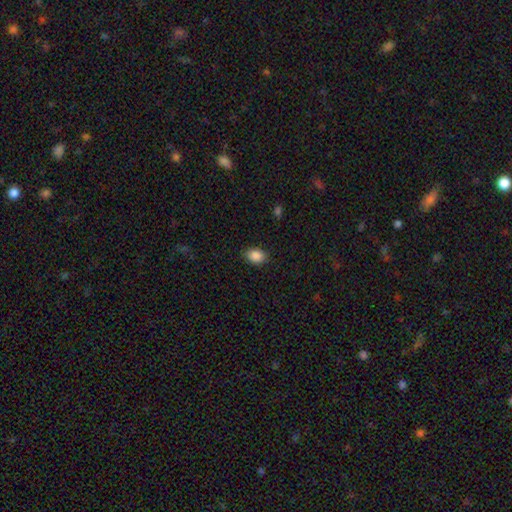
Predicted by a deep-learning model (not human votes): smooth_or_featured: smooth (p=0.88) [alt: star or artifact p=0.08]
how_rounded: in between (p=0.74) [alt: round p=0.24]
merging: none (p=0.86) [alt: minor disturbance p=0.11]